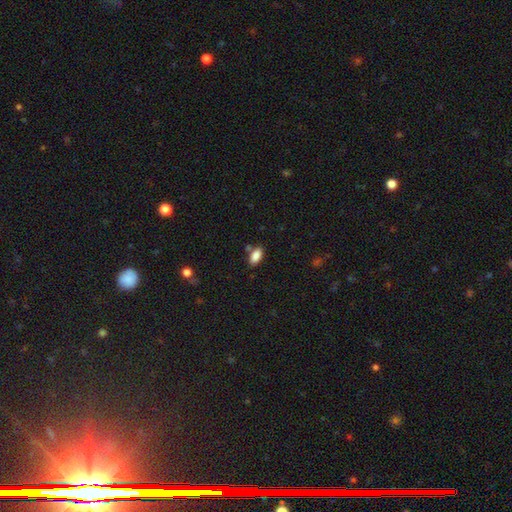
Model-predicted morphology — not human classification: This appears to be a smooth galaxy with no disk features (87%) that is in between round and cigar-shaped (92%). Merging: none (75%).